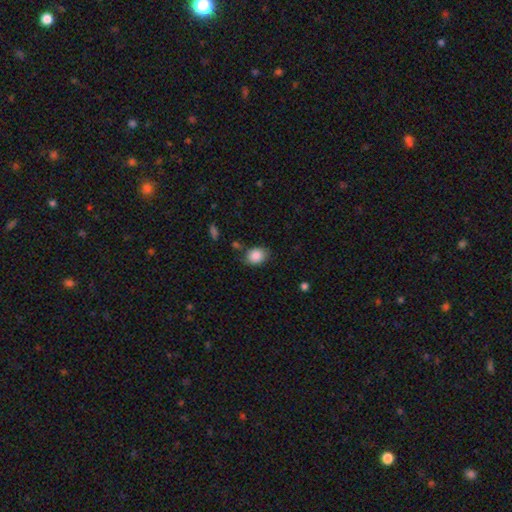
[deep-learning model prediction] Smooth or featured? Predicted: smooth (p=0.87). How rounded? Predicted: in between (p=0.59). Merging? Predicted: none (p=0.74).